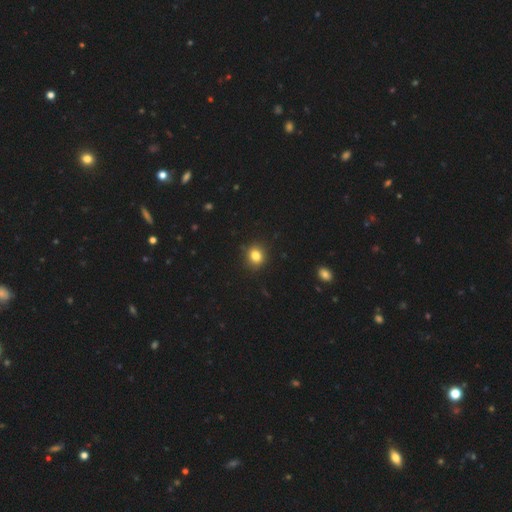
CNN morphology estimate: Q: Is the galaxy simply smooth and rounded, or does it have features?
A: smooth — 82%.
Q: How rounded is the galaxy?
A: round — 68%.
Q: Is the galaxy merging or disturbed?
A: none — 88%.